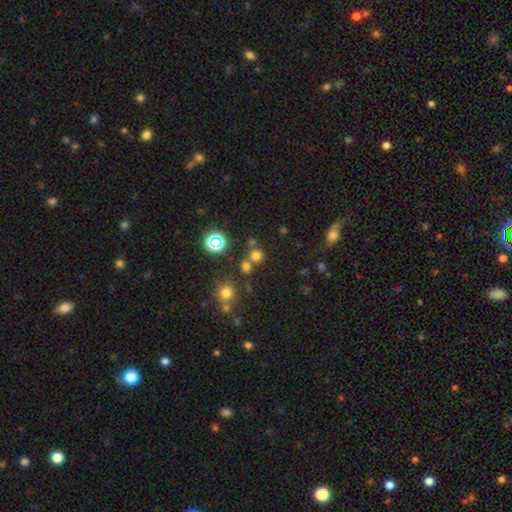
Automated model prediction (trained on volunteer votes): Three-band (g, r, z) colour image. It shows a smooth galaxy with no disk features (63%) that is round (87%). Merging: none (66%).